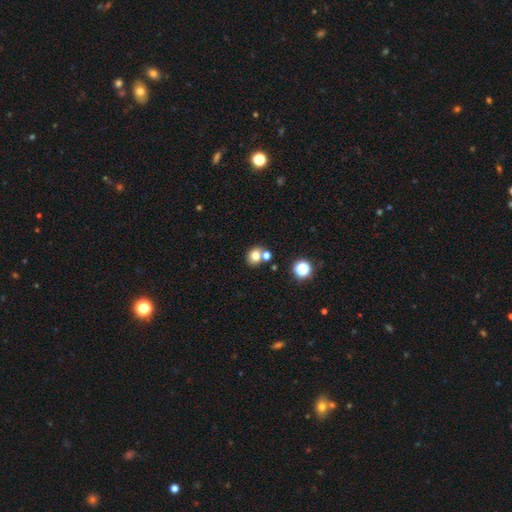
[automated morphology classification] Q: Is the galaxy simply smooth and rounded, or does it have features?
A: smooth — 75%.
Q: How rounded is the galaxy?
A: round — 65%.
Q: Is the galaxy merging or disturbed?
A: none — 59%.